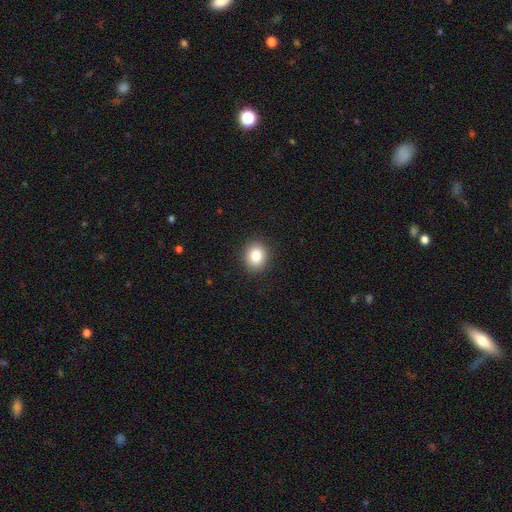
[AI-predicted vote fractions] Overall: smooth (85%). How rounded: round (70%). Merging: none (91%).